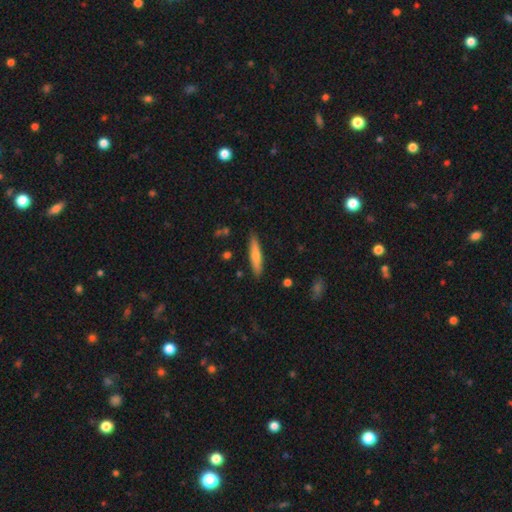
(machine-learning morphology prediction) Smooth or featured: smooth — 67% (featured or disk — 27%)
How rounded: cigar-shaped — 88% (in between — 11%)
Merging: none — 88% (minor disturbance — 9%)